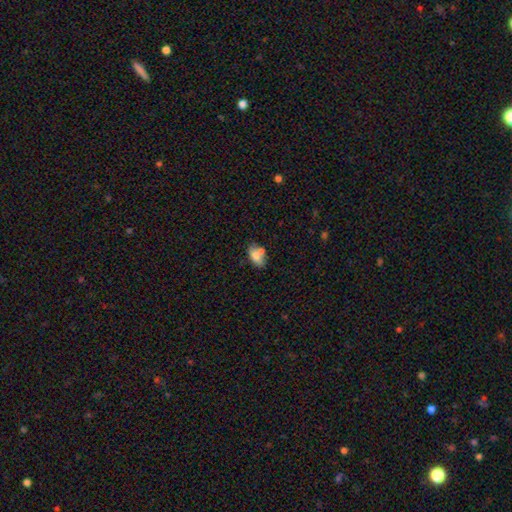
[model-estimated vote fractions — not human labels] This is likely a smooth galaxy (73%). How rounded: clearly in between (88%). Merging: possibly none (51%).